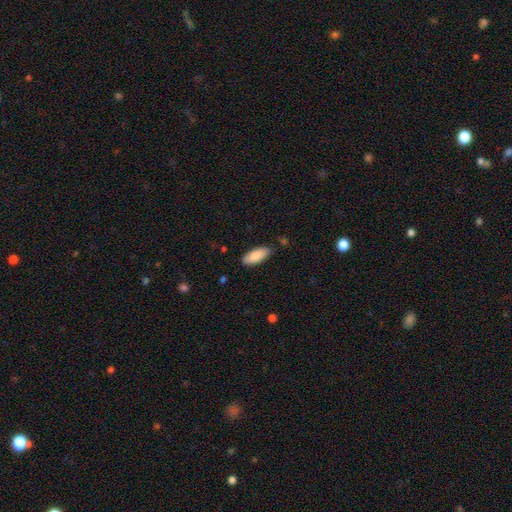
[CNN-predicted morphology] Q: Smooth or featured?
A: smooth (87%); runner-up: featured or disk (7%)
Q: How rounded?
A: in between (84%); runner-up: cigar-shaped (14%)
Q: Merging?
A: none (83%); runner-up: minor disturbance (13%)